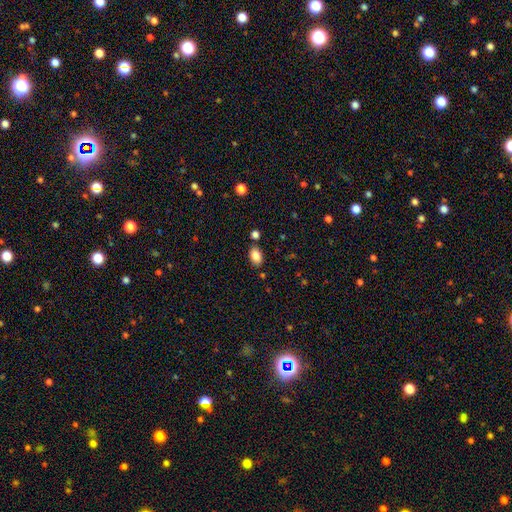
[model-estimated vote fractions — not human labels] Smooth or featured? smooth (86%)
How rounded? in between (87%)
Merging? none (81%)